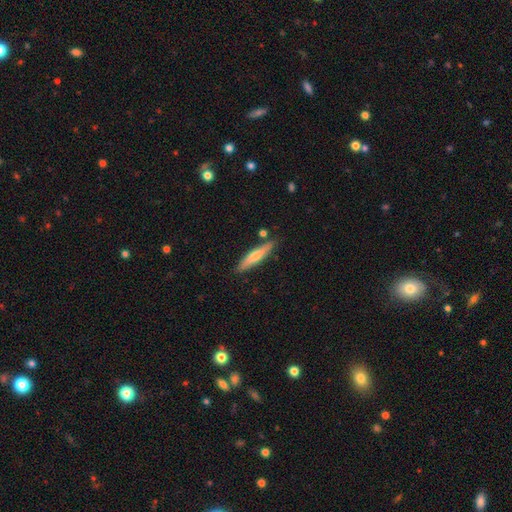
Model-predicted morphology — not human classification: Overall: smooth (62%; featured or disk 32%). How rounded: cigar-shaped (87%). Merging: none (82%).